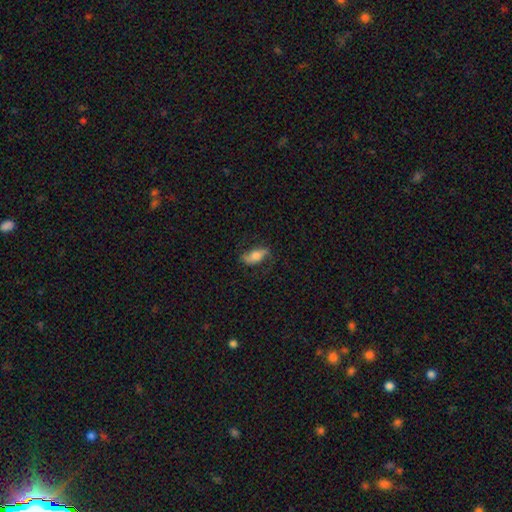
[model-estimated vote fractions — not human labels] smooth 58%, featured or disk 34%, star or artifact 7%. Down the decision tree: how rounded — in between (74%); merging — none (69%).